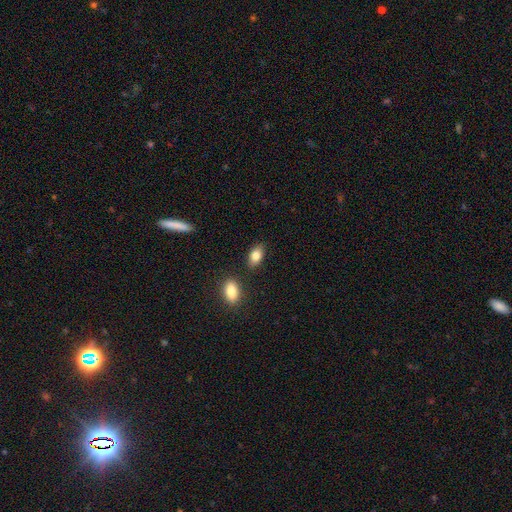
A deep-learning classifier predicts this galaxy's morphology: smooth-or-featured: smooth: 83% | featured or disk: 9% | star or artifact: 8%
  how-rounded: in between: 90% | round: 7% | cigar-shaped: 3%
  merging: none: 82% | minor disturbance: 11% | merger: 5% | major disturbance: 2%